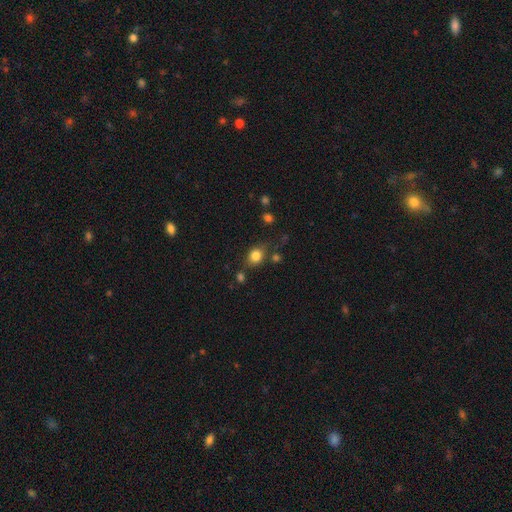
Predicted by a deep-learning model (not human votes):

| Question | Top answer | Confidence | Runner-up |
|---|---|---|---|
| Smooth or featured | smooth | 81% | star or artifact (11%) |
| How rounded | round | 58% | in between (40%) |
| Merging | none | 68% | minor disturbance (18%) |